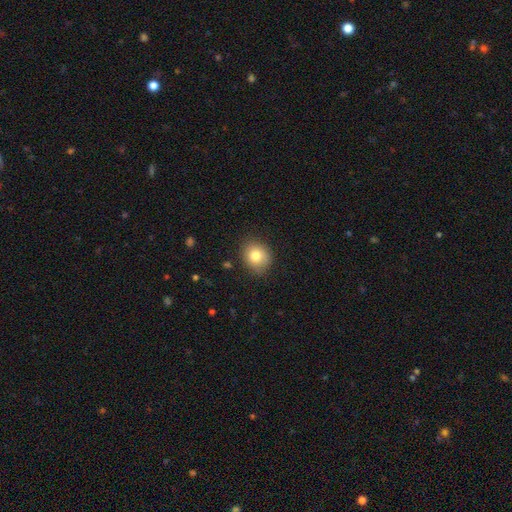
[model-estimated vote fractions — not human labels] Q: Smooth or featured?
A: smooth (79%); runner-up: featured or disk (11%)
Q: How rounded?
A: round (70%); runner-up: in between (29%)
Q: Merging?
A: none (83%); runner-up: minor disturbance (13%)